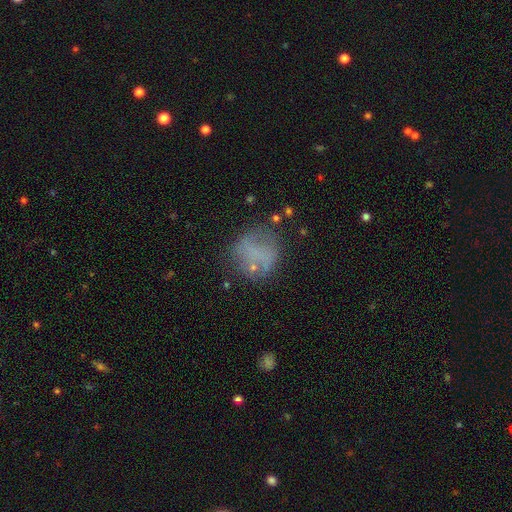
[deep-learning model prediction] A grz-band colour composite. It shows a smooth galaxy with no disk features (53%) that is round (74%). Merging: none (62%).